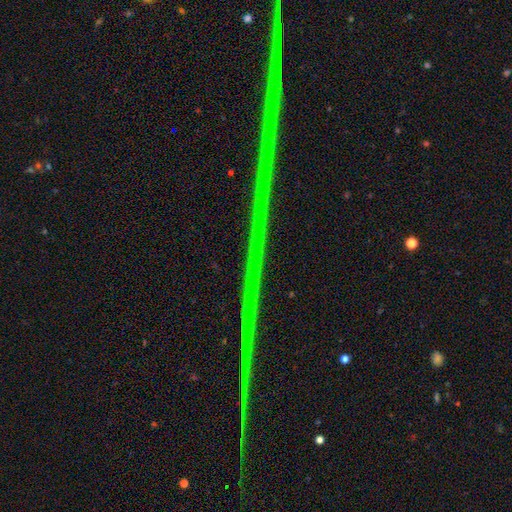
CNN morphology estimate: Q: Smooth or featured?
A: star or artifact (88%); runner-up: featured or disk (8%)